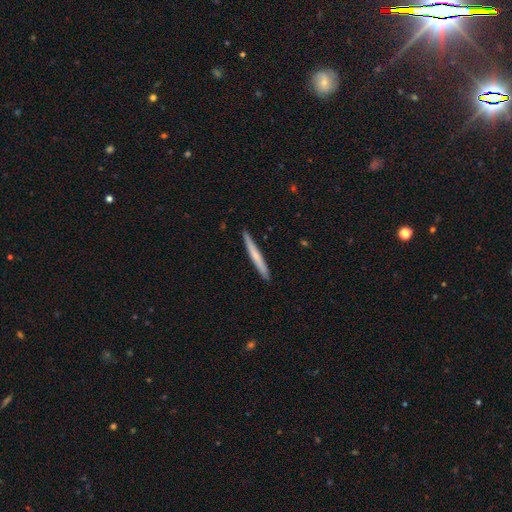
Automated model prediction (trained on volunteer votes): Smooth or featured? Predicted: smooth (p=0.58). How rounded? Predicted: cigar-shaped (p=0.97). Merging? Predicted: none (p=0.92).